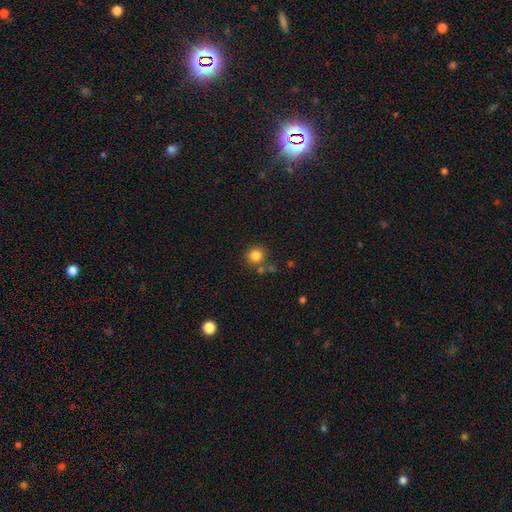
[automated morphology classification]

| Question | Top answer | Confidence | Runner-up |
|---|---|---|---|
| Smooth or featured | smooth | 83% | star or artifact (12%) |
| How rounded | round | 92% | in between (7%) |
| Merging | none | 76% | merger (11%) |